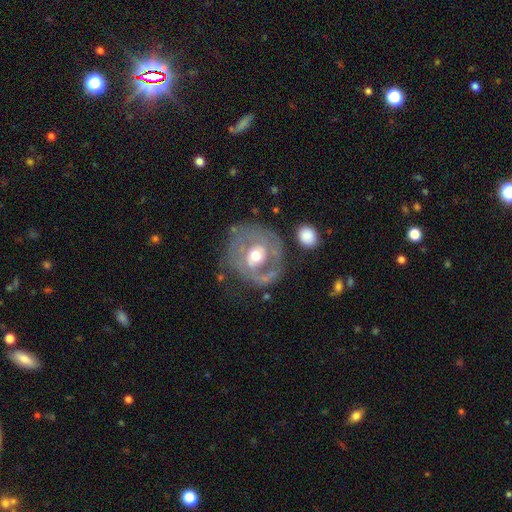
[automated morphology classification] A featured or disk galaxy (71%) with no bar (66%), spiral arms (57%) and a moderate central bulge (71%).

Vote fractions:
- Smooth or featured? featured or disk: 71% / smooth: 23% / star or artifact: 6%
- Edge-on disk? no: 97% / yes: 3%
- Bar? no: 66% / weak: 26% / strong: 8%
- Spiral arms? yes: 57% / no: 43%
- Bulge size? moderate: 71% / large: 13% / small: 13% / dominant: 1% / none: 1%
- Merging? none: 57% / major disturbance: 19% / minor disturbance: 19% / merger: 5%